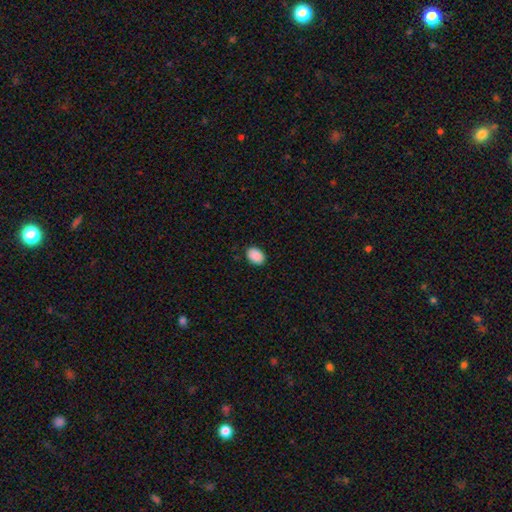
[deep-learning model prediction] Morphology: type=smooth (89%); roundness=in between (80%); merging=none (88%).